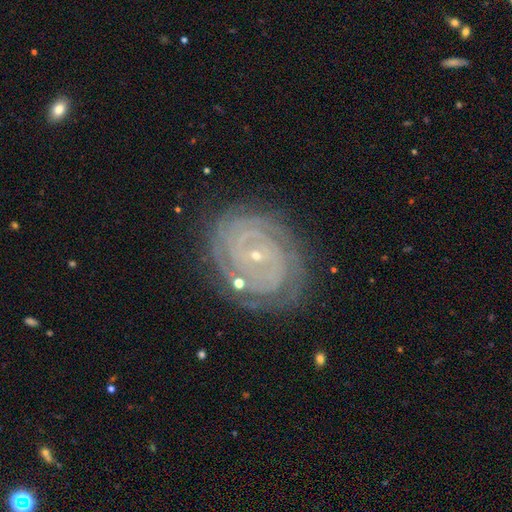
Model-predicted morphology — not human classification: This appears to be a featured or disk galaxy (88%) with no bar (68%), 2 (25%) tight (87%) spiral arms (98%) and a small central bulge (87%). Merging: none (80%).